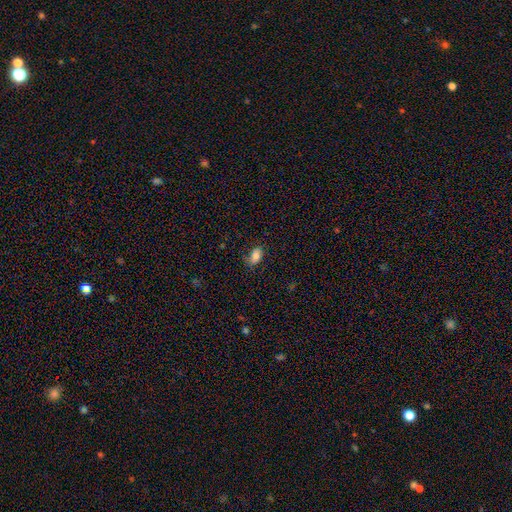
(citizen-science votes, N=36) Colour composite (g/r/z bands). It shows a smooth galaxy with no disk features (89%) that is in between round and cigar-shaped (88%). Merging: none (44%).